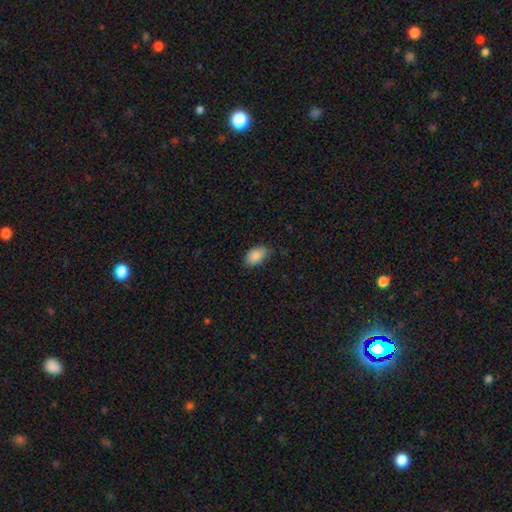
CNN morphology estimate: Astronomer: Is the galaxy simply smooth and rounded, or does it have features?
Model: smooth — 88%.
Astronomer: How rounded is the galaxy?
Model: in between — 90%.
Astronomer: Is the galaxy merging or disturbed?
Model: none — 70%.